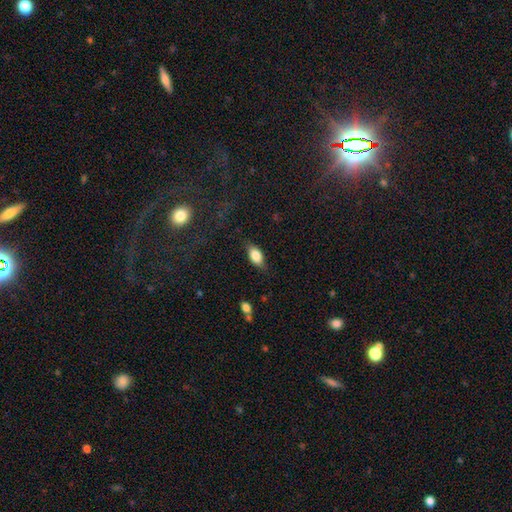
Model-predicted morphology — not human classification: A smooth galaxy with no disk features (80%) that is in between round and cigar-shaped (87%).

Vote fractions:
- Smooth or featured? smooth: 80% / featured or disk: 13% / star or artifact: 7%
- How rounded? in between: 87% / cigar-shaped: 7% / round: 6%
- Merging? none: 78% / minor disturbance: 17% / major disturbance: 4% / merger: 1%